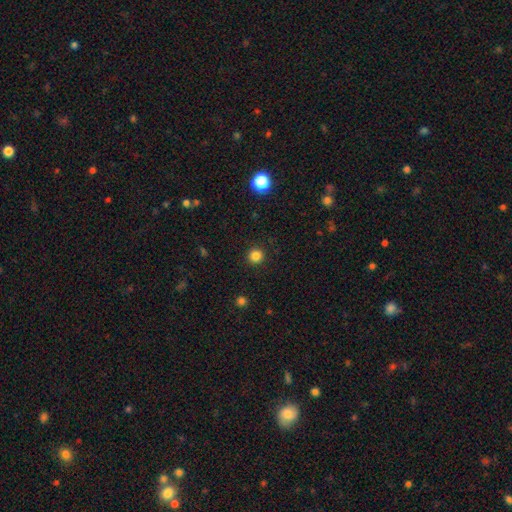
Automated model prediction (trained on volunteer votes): Overall: smooth (84%). How rounded: round (94%). Merging: none (92%).